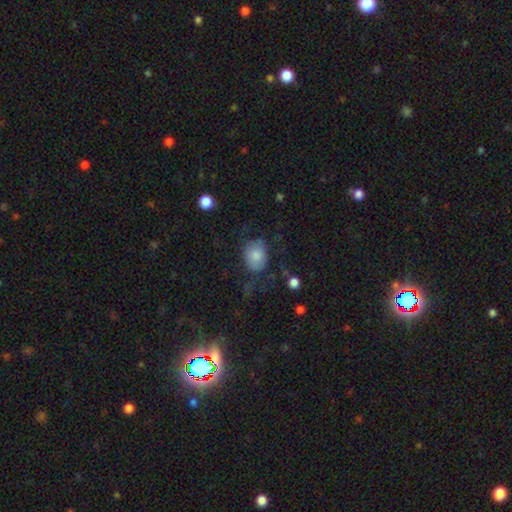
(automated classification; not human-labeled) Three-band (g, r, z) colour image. It shows a smooth galaxy with no disk features (80%) that is in between round and cigar-shaped (56%). Merging: none (53%).